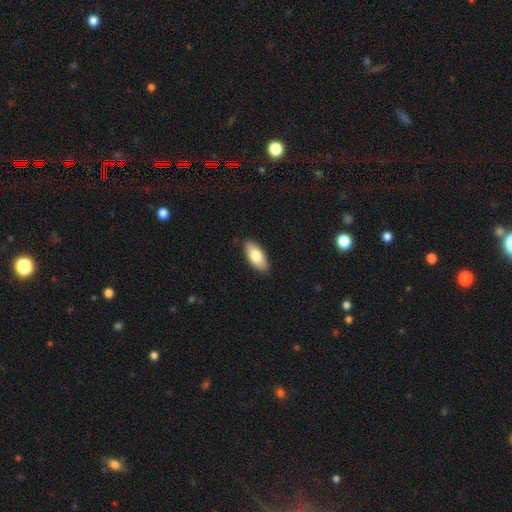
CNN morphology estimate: smooth_or_featured: smooth (p=0.78) [alt: featured or disk p=0.16]
how_rounded: in between (p=0.88) [alt: cigar-shaped p=0.10]
merging: none (p=0.88) [alt: minor disturbance p=0.09]